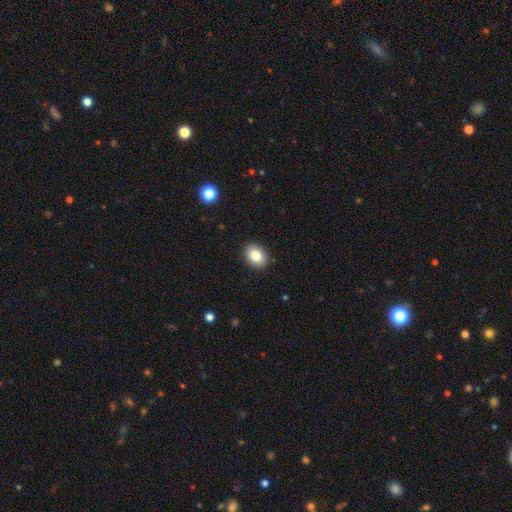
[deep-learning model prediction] This is clearly a smooth galaxy (83%). How rounded: likely in between (70%). Merging: clearly none (90%).